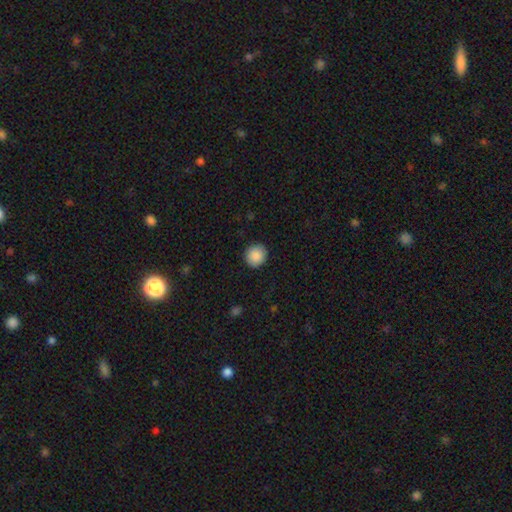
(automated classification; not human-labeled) Smooth or featured: smooth — 89% (star or artifact — 8%)
How rounded: round — 92% (in between — 7%)
Merging: none — 92% (minor disturbance — 5%)